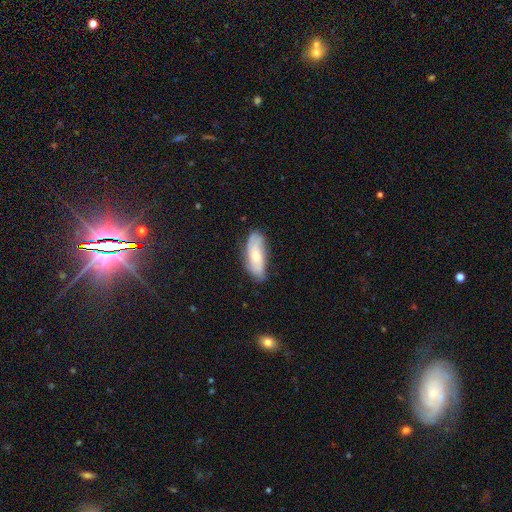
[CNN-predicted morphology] Overall: featured or disk (47%; smooth 46%). Merging: none (68%).